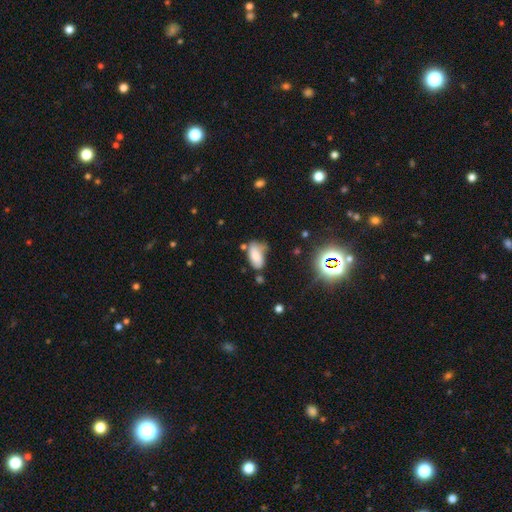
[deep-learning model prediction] Overall: smooth (76%). How rounded: in between (92%). Merging: none (43%; minor disturbance 34%).